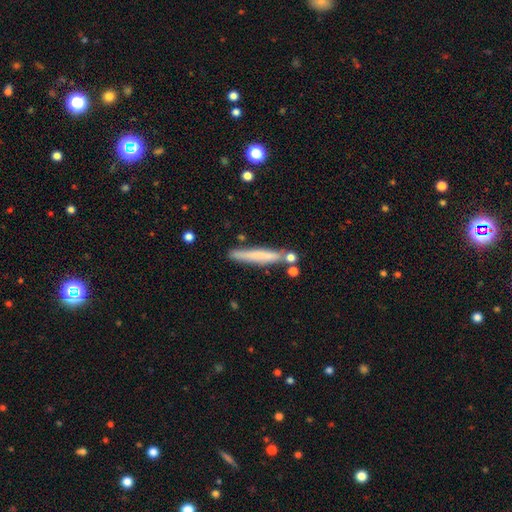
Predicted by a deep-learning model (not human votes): smooth_or_featured: smooth (p=0.63) [alt: featured or disk p=0.29]
how_rounded: cigar-shaped (p=0.94) [alt: in between p=0.05]
merging: none (p=0.78) [alt: minor disturbance p=0.12]